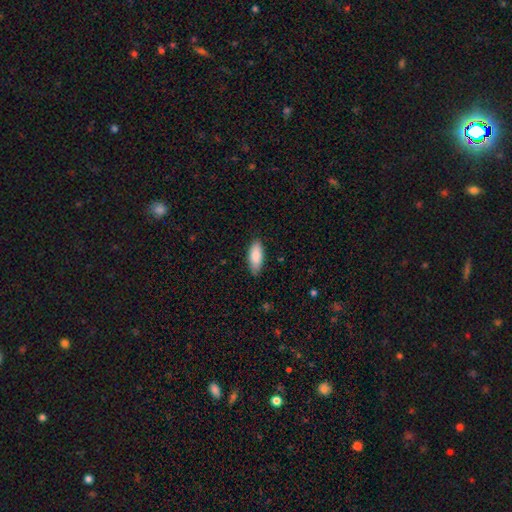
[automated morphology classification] smooth-or-featured: smooth: 87% | featured or disk: 7% | star or artifact: 6%
  how-rounded: in between: 83% | cigar-shaped: 15% | round: 2%
  merging: none: 80% | minor disturbance: 16% | major disturbance: 2% | merger: 1%